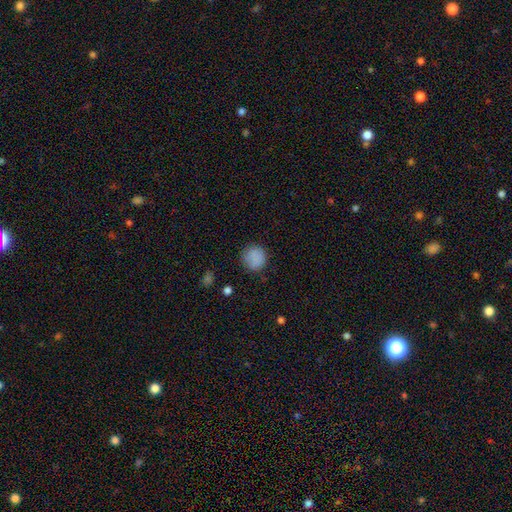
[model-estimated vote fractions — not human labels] smooth 86%, star or artifact 9%, featured or disk 5%. Down the decision tree: how rounded — round (91%); merging — none (85%).